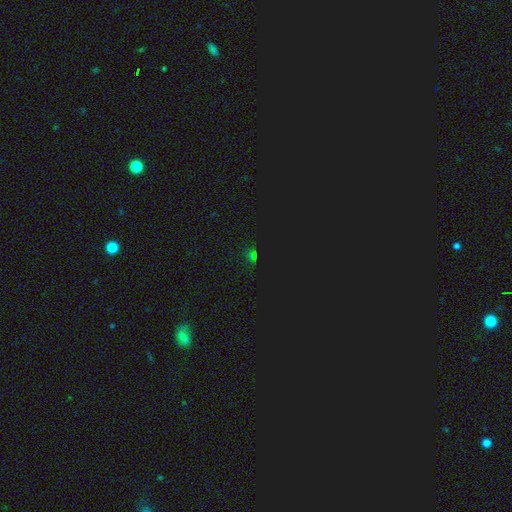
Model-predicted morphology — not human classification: smooth-or-featured: star or artifact: 64% | smooth: 29% | featured or disk: 7%